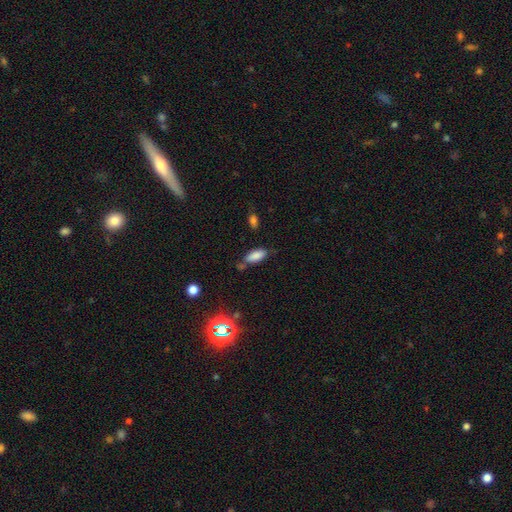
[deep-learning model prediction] smooth 84%, star or artifact 9%, featured or disk 8%. Down the decision tree: how rounded — in between (81%); merging — none (62%).